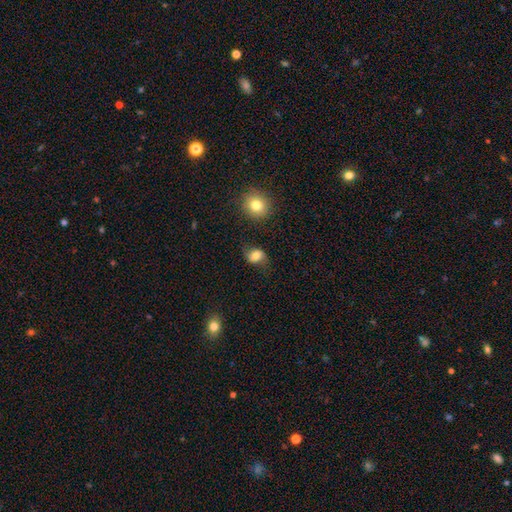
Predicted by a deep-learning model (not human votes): This is likely a smooth galaxy (64%). How rounded: possibly in between (56%). Merging: likely none (65%).